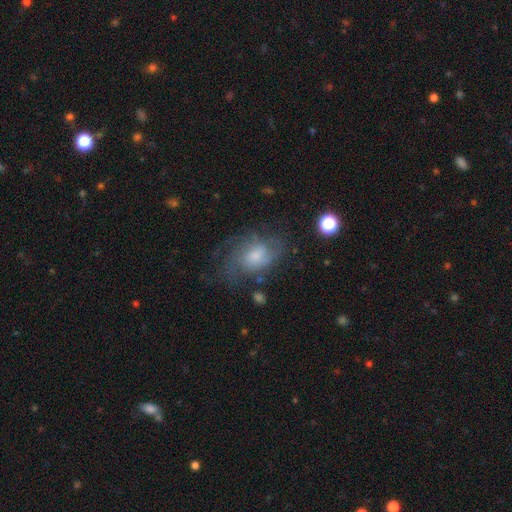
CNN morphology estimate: A featured or disk galaxy (61%) with no bar (66%), spiral arms (83%) and a moderate central bulge (44%). Merging: none (59%).